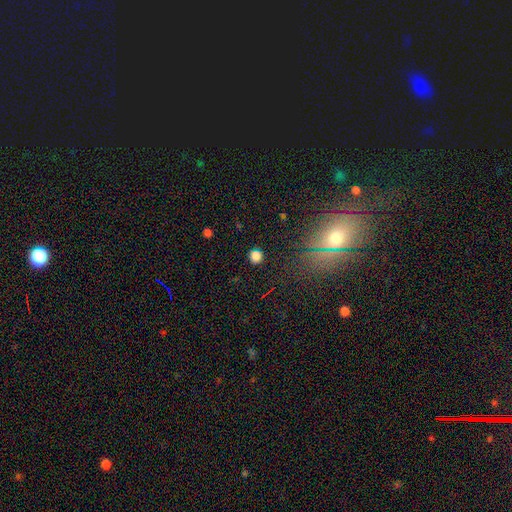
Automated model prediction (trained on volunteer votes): Morphology: type=smooth (80%); roundness=round (89%); merging=none (89%).